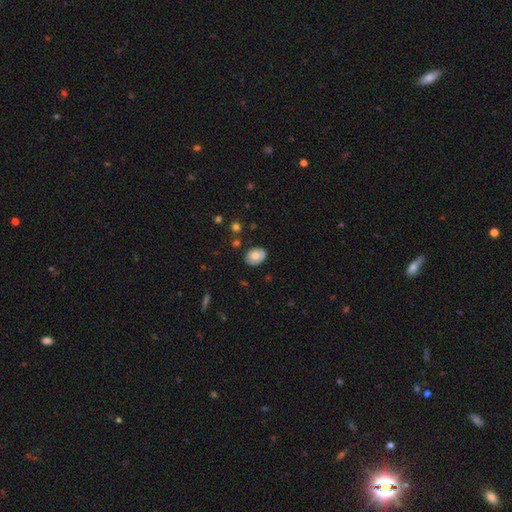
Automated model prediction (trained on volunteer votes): Smooth or featured: smooth — 76% (featured or disk — 16%)
How rounded: in between — 76% (round — 23%)
Merging: none — 82% (minor disturbance — 14%)